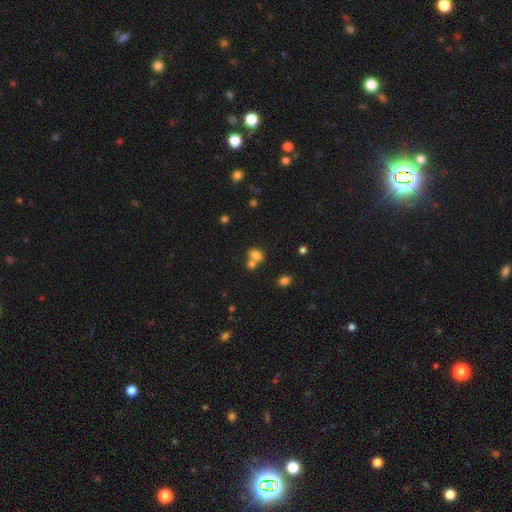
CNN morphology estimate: Smooth or featured: smooth — 76% (star or artifact — 14%)
How rounded: in between — 66% (round — 32%)
Merging: merger — 45% (none — 42%)